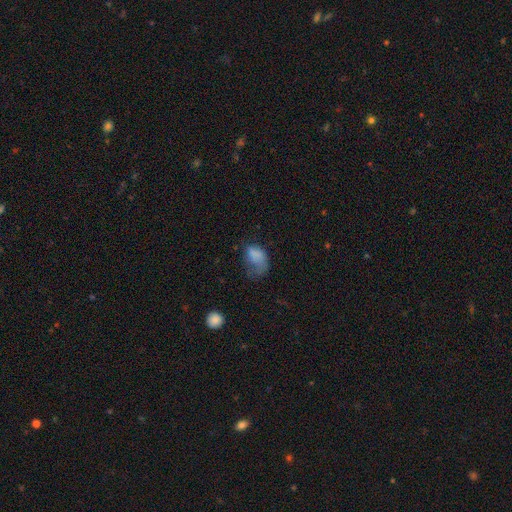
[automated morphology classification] The model was most divided on "merging": major disturbance: 51%, minor disturbance: 25%, none: 21%, merger: 4%. More confident: how rounded — in between (84%); smooth or featured — smooth (68%).